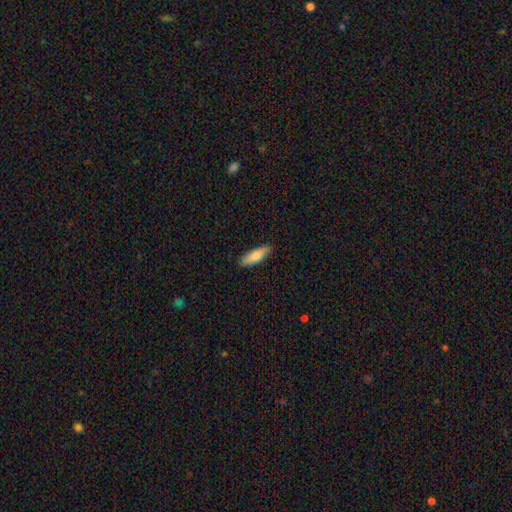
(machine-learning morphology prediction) A smooth galaxy with no disk features (77%) that is cigar-shaped (53%).

Vote fractions:
- Smooth or featured? smooth: 77% / featured or disk: 17% / star or artifact: 6%
- How rounded? cigar-shaped: 53% / in between: 45% / round: 2%
- Merging? none: 87% / minor disturbance: 10% / major disturbance: 2% / merger: 1%